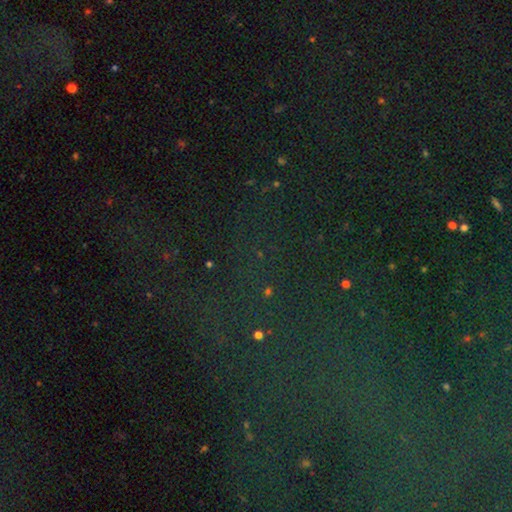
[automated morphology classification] A star or artifact, not a galaxy (79%).

Vote fractions:
- Smooth or featured? star or artifact: 79% / smooth: 12% / featured or disk: 9%